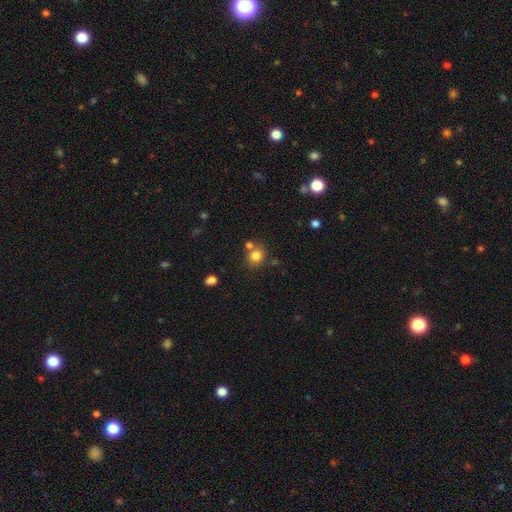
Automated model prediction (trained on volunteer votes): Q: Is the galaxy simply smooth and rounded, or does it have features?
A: smooth — 81%.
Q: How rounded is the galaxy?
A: round — 81%.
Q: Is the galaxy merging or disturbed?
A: none — 66%.